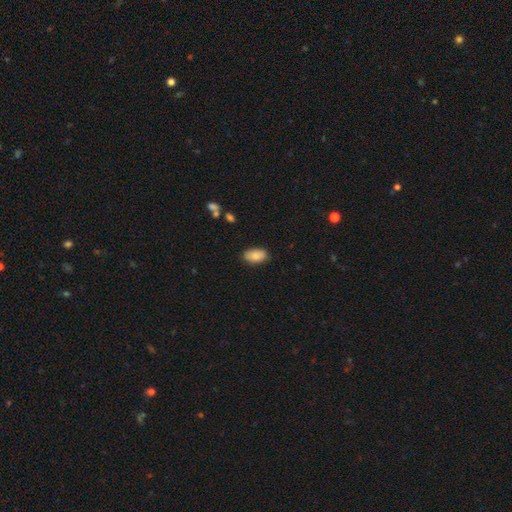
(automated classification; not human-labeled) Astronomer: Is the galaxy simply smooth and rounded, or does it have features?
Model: smooth — 82%.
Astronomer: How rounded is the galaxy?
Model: in between — 94%.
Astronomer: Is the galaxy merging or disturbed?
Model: none — 83%.